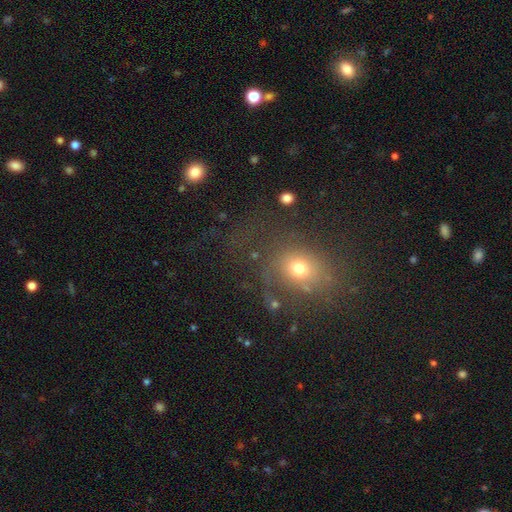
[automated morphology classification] Smooth or featured: smooth — 58% (star or artifact — 30%)
How rounded: round — 53% (in between — 45%)
Merging: none — 78% (minor disturbance — 13%)